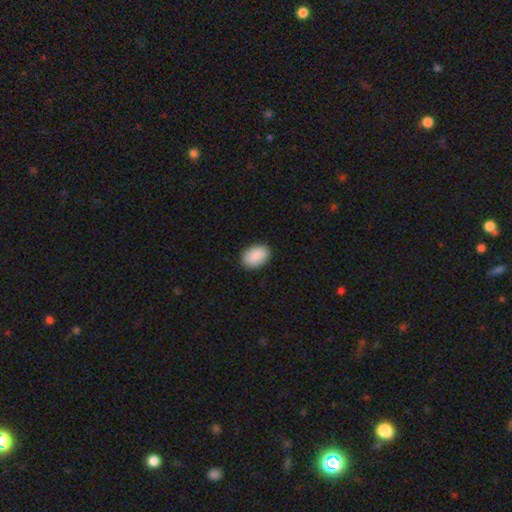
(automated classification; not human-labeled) Morphology: type=smooth (91%); roundness=in between (87%); merging=none (89%).